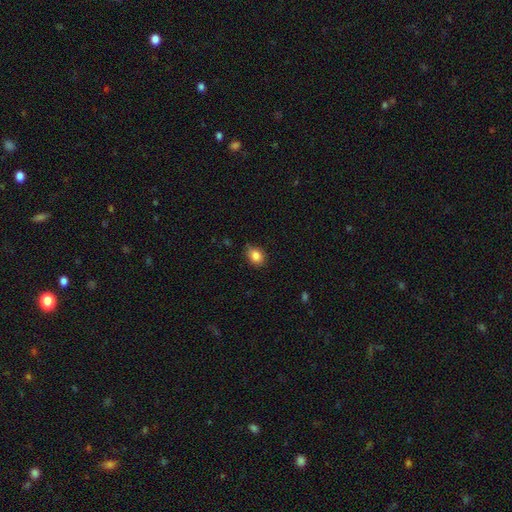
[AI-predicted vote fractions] Q: Smooth or featured?
A: smooth (85%); runner-up: star or artifact (9%)
Q: How rounded?
A: in between (58%); runner-up: round (41%)
Q: Merging?
A: none (76%); runner-up: minor disturbance (20%)